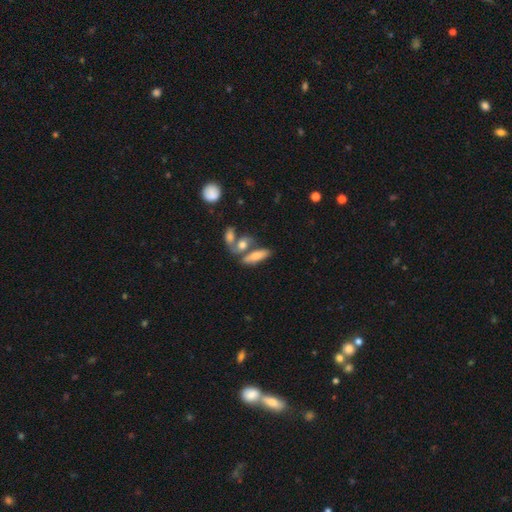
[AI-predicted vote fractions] The model was most divided on "merging": none: 43%, merger: 39%, minor disturbance: 12%, major disturbance: 6%. More confident: smooth or featured — smooth (65%); how rounded — in between (54%).